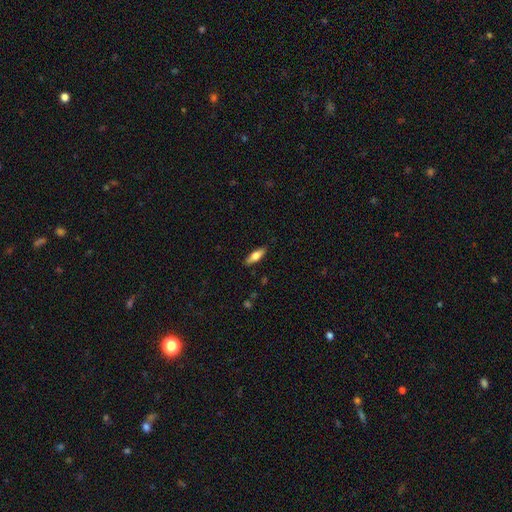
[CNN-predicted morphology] This is likely a smooth galaxy (68%). How rounded: likely in between (63%). Merging: clearly none (87%).